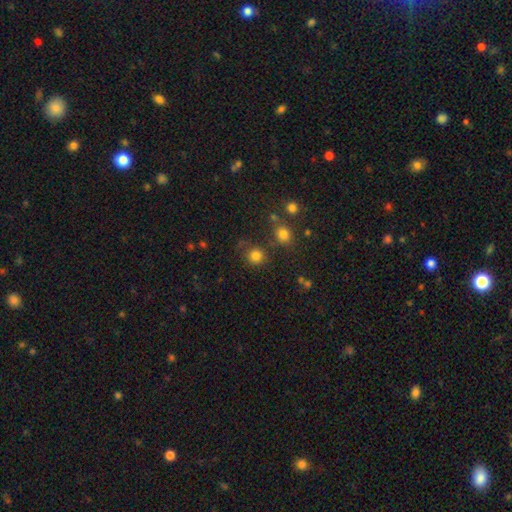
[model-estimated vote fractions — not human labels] Q: Smooth or featured?
A: smooth (81%); runner-up: star or artifact (14%)
Q: How rounded?
A: round (91%); runner-up: in between (8%)
Q: Merging?
A: none (78%); runner-up: minor disturbance (10%)